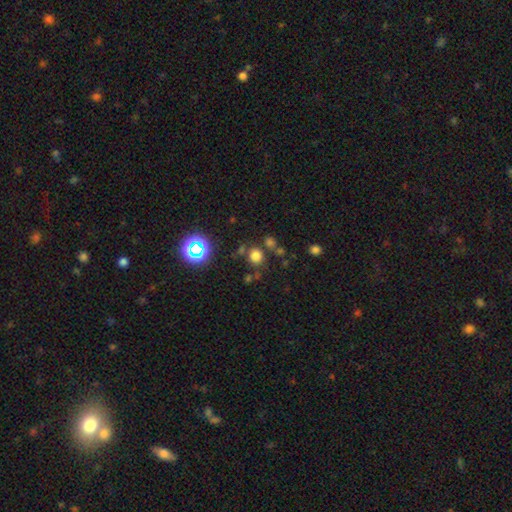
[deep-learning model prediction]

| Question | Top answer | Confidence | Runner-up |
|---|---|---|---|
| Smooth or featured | smooth | 71% | star or artifact (22%) |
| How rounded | round | 88% | in between (11%) |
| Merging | none | 74% | merger (13%) |